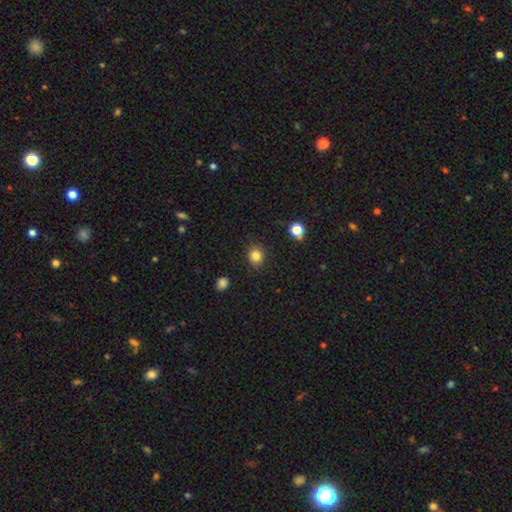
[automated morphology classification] smooth-or-featured: smooth: 83% | star or artifact: 12% | featured or disk: 5%
  how-rounded: round: 77% | in between: 22% | cigar-shaped: 1%
  merging: none: 88% | minor disturbance: 8% | major disturbance: 2% | merger: 1%